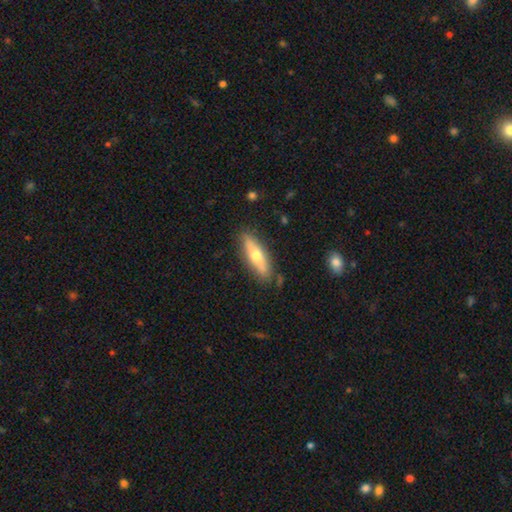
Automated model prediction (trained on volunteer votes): smooth-or-featured: smooth: 53% | featured or disk: 41% | star or artifact: 6%
  how-rounded: cigar-shaped: 57% | in between: 41% | round: 2%
  merging: none: 83% | minor disturbance: 12% | major disturbance: 3% | merger: 2%